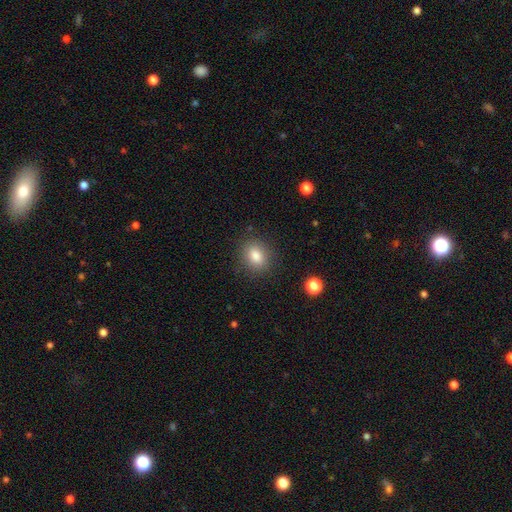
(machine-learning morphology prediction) type=smooth (83%); roundness=in between (52%); merging=none (86%).